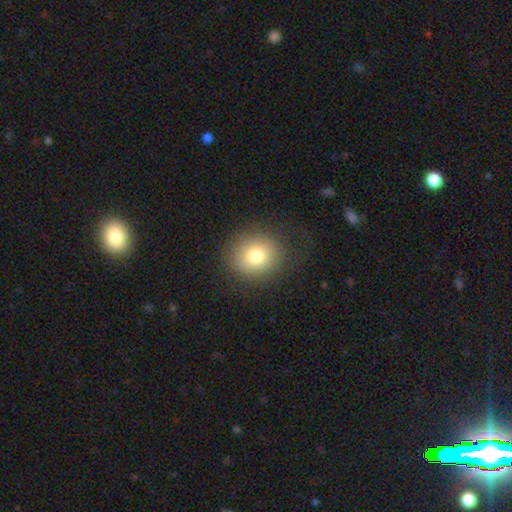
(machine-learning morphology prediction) smooth_or_featured: smooth (p=0.79) [alt: star or artifact p=0.11]
how_rounded: round (p=0.79) [alt: in between p=0.20]
merging: none (p=0.84) [alt: minor disturbance p=0.10]